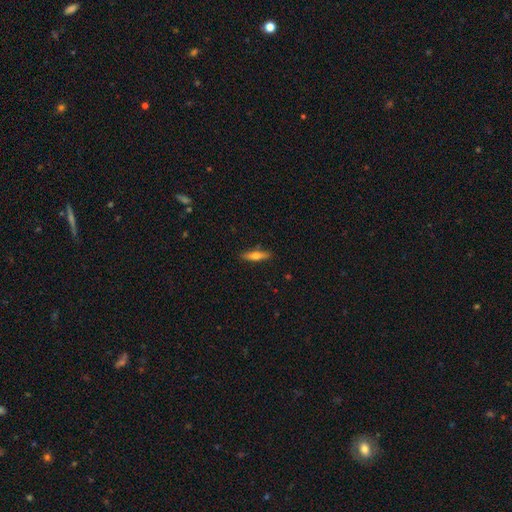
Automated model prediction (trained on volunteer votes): Q: Smooth or featured?
A: smooth (58%); runner-up: featured or disk (36%)
Q: How rounded?
A: cigar-shaped (72%); runner-up: in between (26%)
Q: Merging?
A: none (87%); runner-up: minor disturbance (9%)